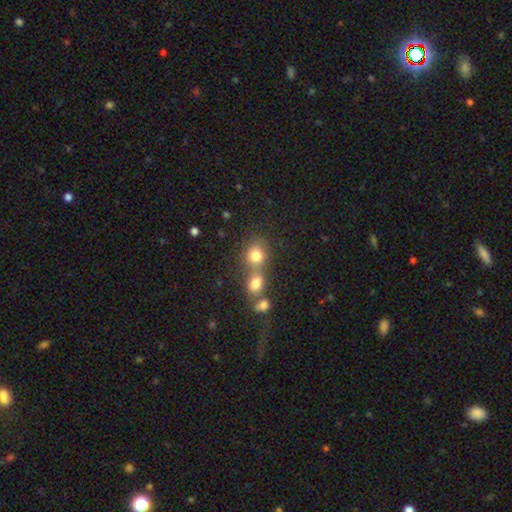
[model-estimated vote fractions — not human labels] Smooth or featured? smooth (78%)
How rounded? round (75%)
Merging? merger (47%)